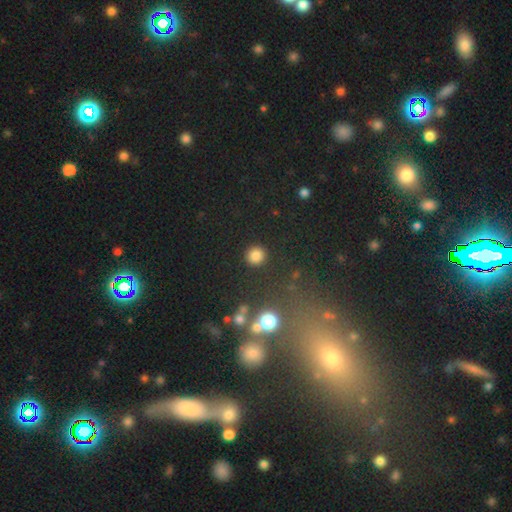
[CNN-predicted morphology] This is clearly a smooth galaxy (82%). How rounded: clearly round (93%). Merging: clearly none (91%).